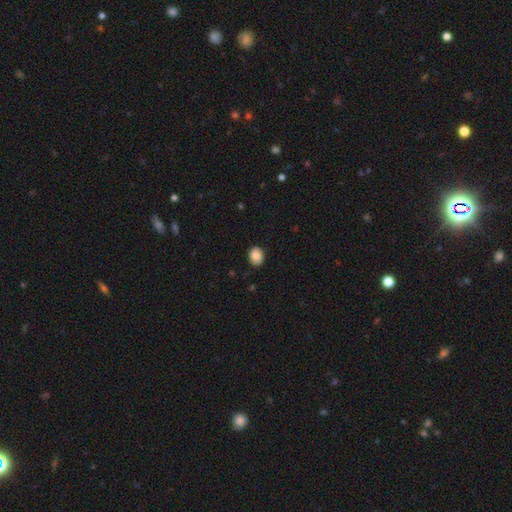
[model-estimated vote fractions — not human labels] The model was most divided on "how rounded": in between: 56%, round: 43%, cigar-shaped: 1%. More confident: merging — none (86%); smooth or featured — smooth (84%).